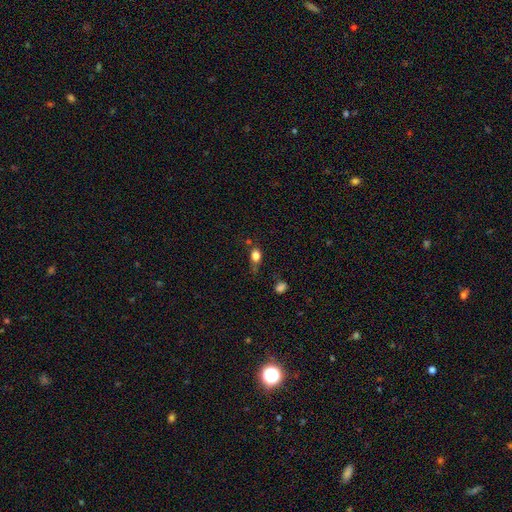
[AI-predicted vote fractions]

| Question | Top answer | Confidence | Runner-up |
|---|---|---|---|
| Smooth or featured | smooth | 79% | star or artifact (12%) |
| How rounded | in between | 57% | round (39%) |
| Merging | none | 52% | minor disturbance (28%) |